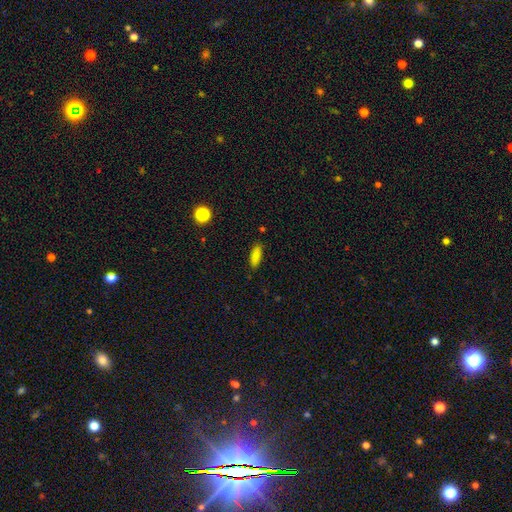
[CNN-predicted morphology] smooth-or-featured: smooth: 86% | star or artifact: 9% | featured or disk: 5%
  how-rounded: in between: 62% | cigar-shaped: 36% | round: 2%
  merging: none: 86% | minor disturbance: 10% | major disturbance: 2% | merger: 1%